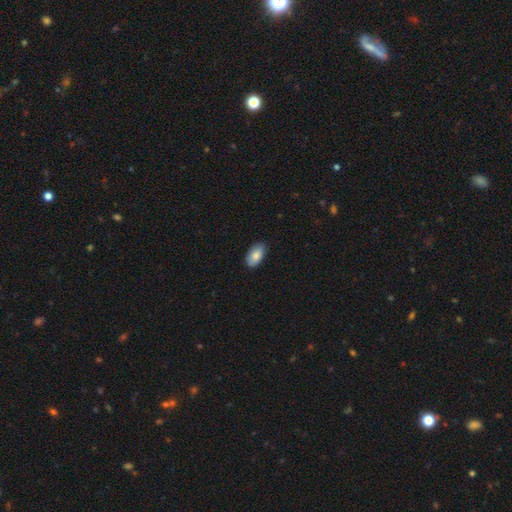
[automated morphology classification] Q: Smooth or featured?
A: smooth (85%); runner-up: featured or disk (9%)
Q: How rounded?
A: in between (94%); runner-up: round (3%)
Q: Merging?
A: none (86%); runner-up: minor disturbance (11%)